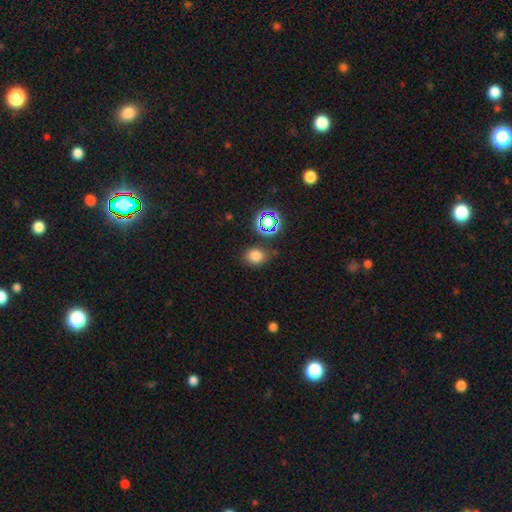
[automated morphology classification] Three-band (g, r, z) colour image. It shows a smooth galaxy with no disk features (75%) that is round (55%). Merging: none (78%).